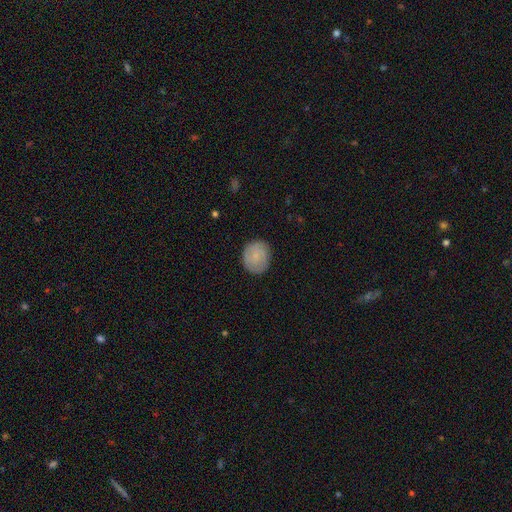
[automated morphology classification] Smooth or featured?
  - smooth: 72% *
  - featured or disk: 21%
  - star or artifact: 7%
How rounded?
  - round: 68% *
  - in between: 31%
  - cigar-shaped: 1%
Merging?
  - none: 82% *
  - minor disturbance: 14%
  - major disturbance: 3%
  - merger: 1%